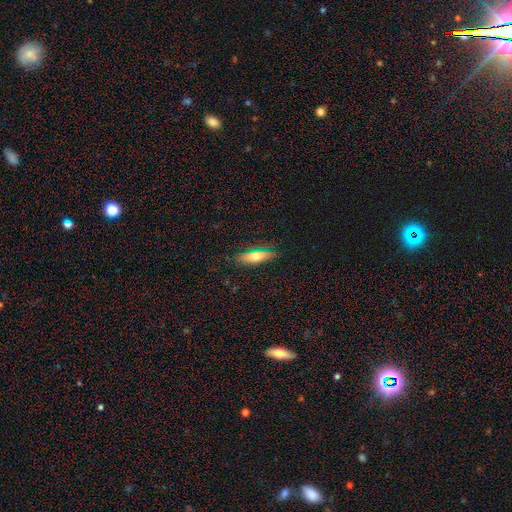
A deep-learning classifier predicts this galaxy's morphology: Smooth or featured? smooth (63%)
How rounded? in between (56%)
Merging? none (84%)